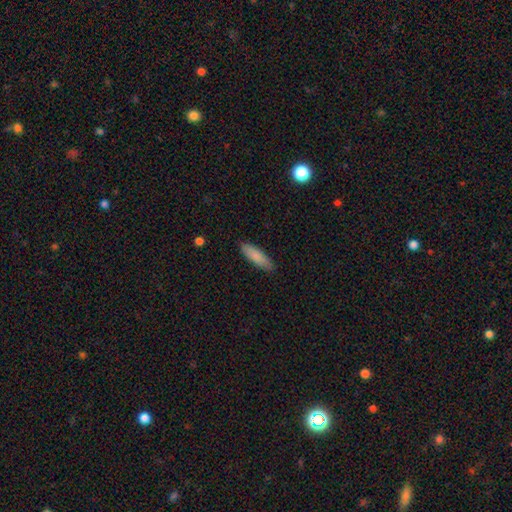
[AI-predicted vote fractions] A smooth galaxy with no disk features (85%) that is cigar-shaped (53%).

Vote fractions:
- Smooth or featured? smooth: 85% / featured or disk: 9% / star or artifact: 6%
- How rounded? cigar-shaped: 53% / in between: 46% / round: 2%
- Merging? none: 87% / minor disturbance: 10% / major disturbance: 2% / merger: 1%